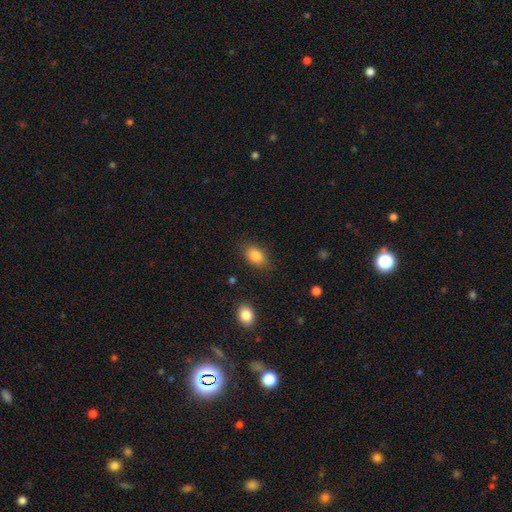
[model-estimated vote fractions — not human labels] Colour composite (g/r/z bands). It shows a smooth galaxy with no disk features (84%) that is in between round and cigar-shaped (85%). Merging: none (79%).